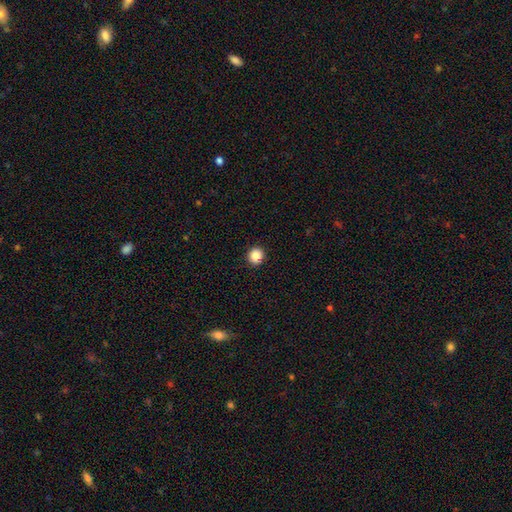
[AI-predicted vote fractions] smooth_or_featured: smooth (p=0.87) [alt: star or artifact p=0.10]
how_rounded: round (p=0.89) [alt: in between p=0.10]
merging: none (p=0.91) [alt: minor disturbance p=0.06]